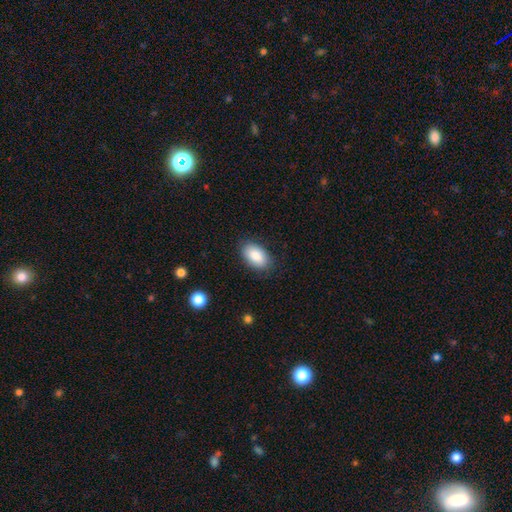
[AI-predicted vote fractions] A smooth galaxy with no disk features (88%) that is in between round and cigar-shaped (94%).

Vote fractions:
- Smooth or featured? smooth: 88% / star or artifact: 6% / featured or disk: 5%
- How rounded? in between: 94% / round: 4% / cigar-shaped: 2%
- Merging? none: 85% / minor disturbance: 11% / major disturbance: 3% / merger: 1%